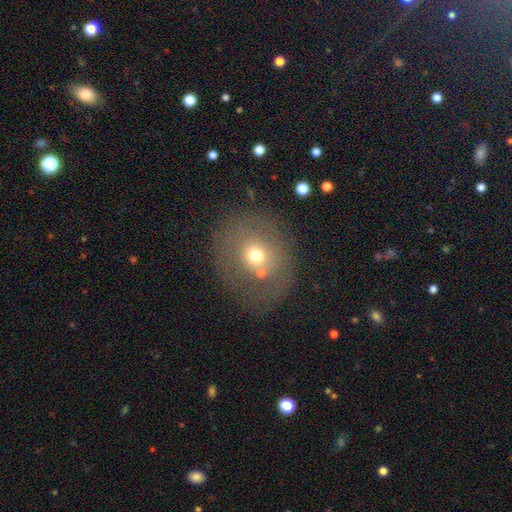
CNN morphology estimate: This is likely a smooth galaxy (61%). How rounded: likely round (66%). Merging: likely none (67%).